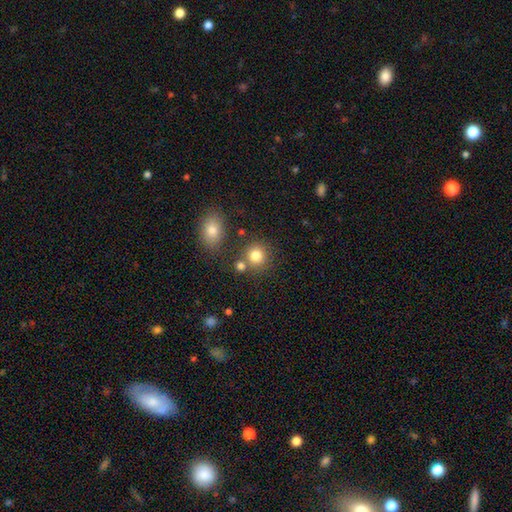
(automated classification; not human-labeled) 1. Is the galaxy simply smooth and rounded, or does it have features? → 81% smooth, 12% star or artifact, 7% featured or disk.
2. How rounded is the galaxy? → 85% round, 14% in between, 1% cigar-shaped.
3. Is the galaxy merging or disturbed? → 69% none, 17% merger, 10% minor disturbance, 4% major disturbance.